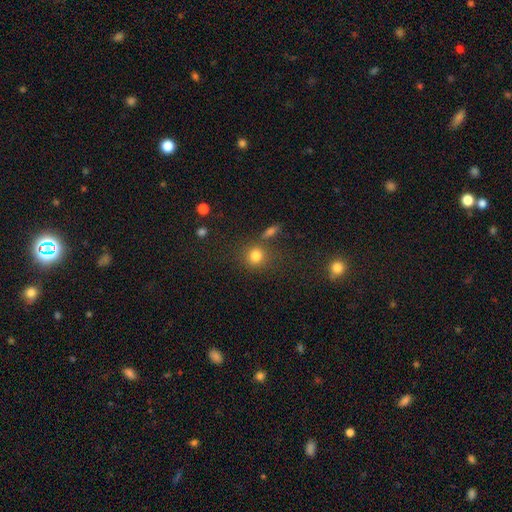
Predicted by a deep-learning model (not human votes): Q: Smooth or featured?
A: smooth (80%); runner-up: star or artifact (13%)
Q: How rounded?
A: round (83%); runner-up: in between (16%)
Q: Merging?
A: none (70%); runner-up: merger (13%)